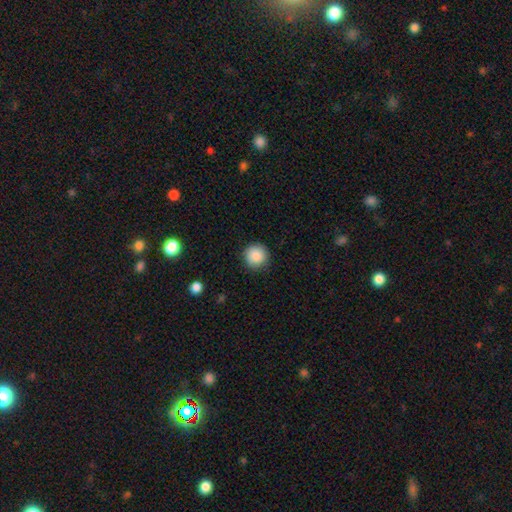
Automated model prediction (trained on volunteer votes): Smooth or featured: smooth — 88% (star or artifact — 9%)
How rounded: round — 95% (in between — 4%)
Merging: none — 89% (minor disturbance — 8%)